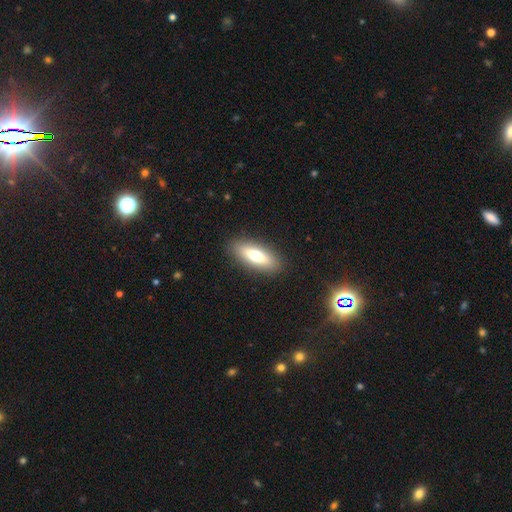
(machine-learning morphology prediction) Smooth or featured? smooth (70%)
How rounded? in between (62%)
Merging? none (89%)